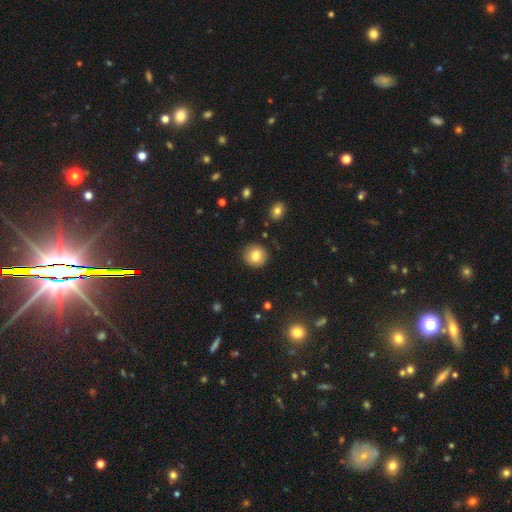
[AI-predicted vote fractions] smooth_or_featured: smooth (p=0.83) [alt: star or artifact p=0.09]
how_rounded: round (p=0.90) [alt: in between p=0.09]
merging: none (p=0.90) [alt: minor disturbance p=0.07]